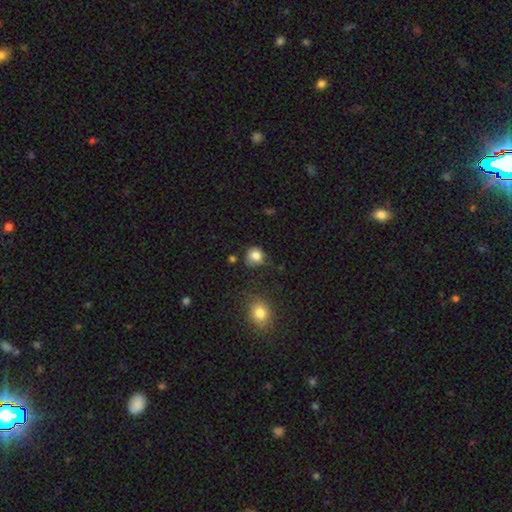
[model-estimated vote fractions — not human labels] Smooth or featured: smooth — 83% (star or artifact — 11%)
How rounded: round — 82% (in between — 17%)
Merging: none — 66% (minor disturbance — 24%)